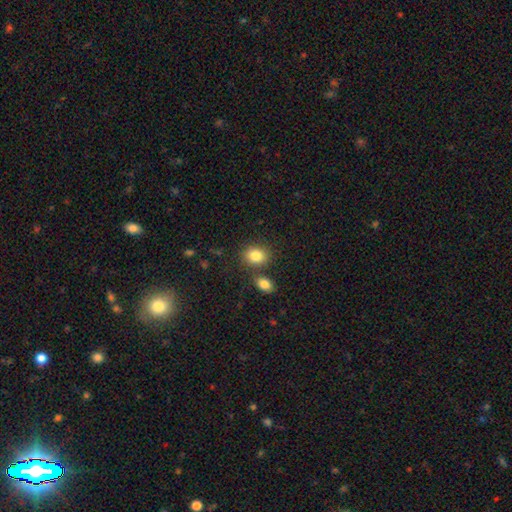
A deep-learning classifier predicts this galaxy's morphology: smooth_or_featured: smooth (p=0.84) [alt: star or artifact p=0.09]
how_rounded: in between (p=0.50) [alt: round p=0.49]
merging: none (p=0.72) [alt: merger p=0.14]